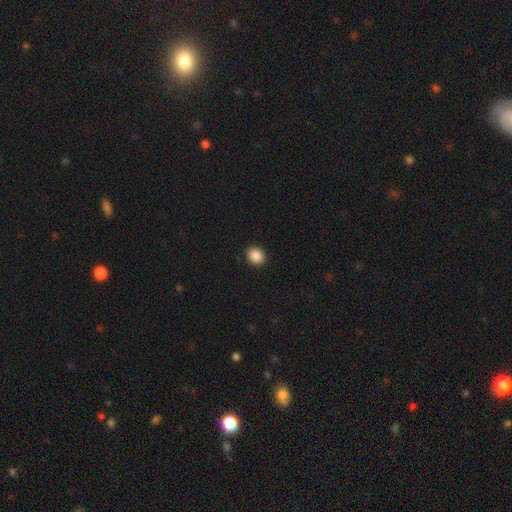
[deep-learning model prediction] smooth_or_featured: smooth (p=0.88) [alt: star or artifact p=0.09]
how_rounded: round (p=0.69) [alt: in between p=0.30]
merging: none (p=0.92) [alt: minor disturbance p=0.05]